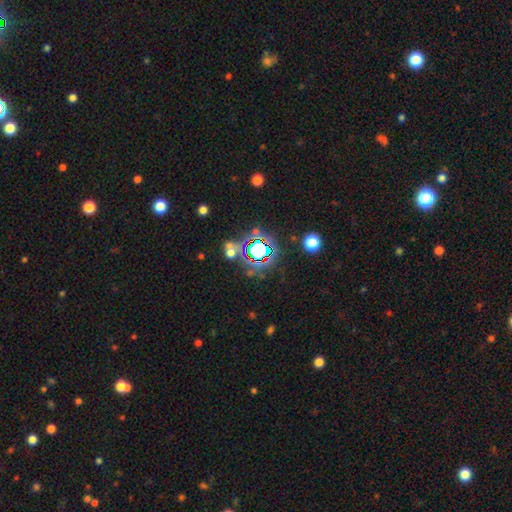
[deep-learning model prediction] Smooth or featured? Predicted: star or artifact (p=0.70).